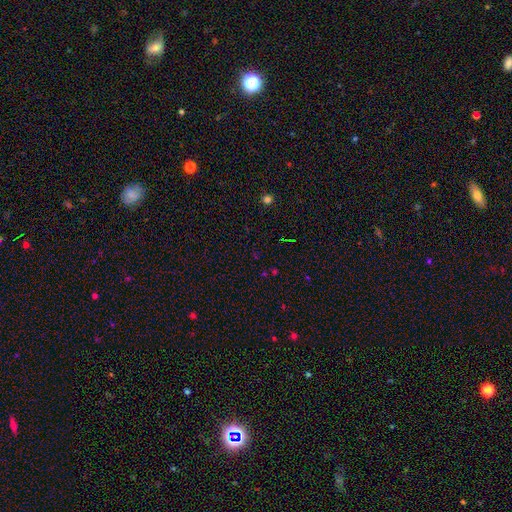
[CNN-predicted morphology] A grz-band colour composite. It shows a star or artifact, not a galaxy (64%).